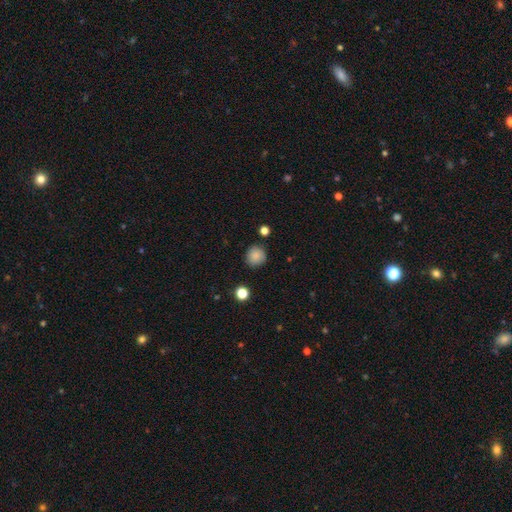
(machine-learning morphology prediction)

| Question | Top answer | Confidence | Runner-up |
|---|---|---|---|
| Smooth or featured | smooth | 86% | star or artifact (10%) |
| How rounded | round | 91% | in between (8%) |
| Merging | none | 85% | minor disturbance (10%) |